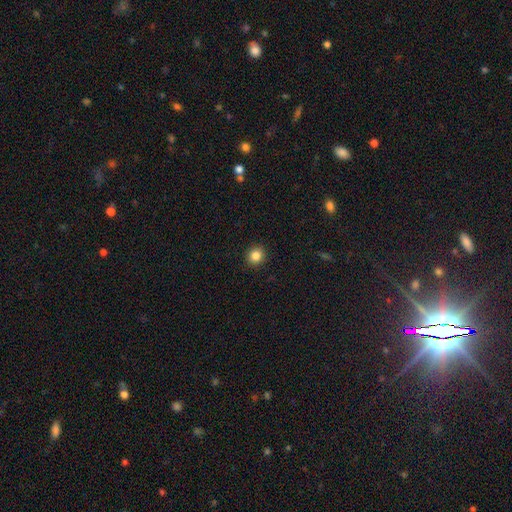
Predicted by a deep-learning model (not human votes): Smooth or featured?
  - smooth: 85% *
  - star or artifact: 11%
  - featured or disk: 5%
How rounded?
  - round: 87% *
  - in between: 12%
  - cigar-shaped: 1%
Merging?
  - none: 92% *
  - minor disturbance: 5%
  - major disturbance: 2%
  - merger: 1%